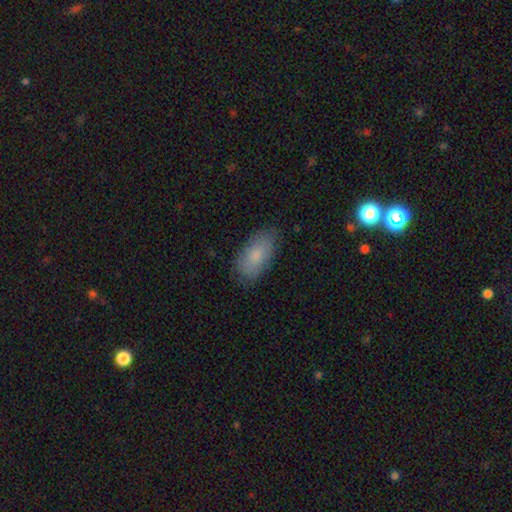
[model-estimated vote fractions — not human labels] Smooth or featured: smooth — 83% (featured or disk — 11%)
How rounded: in between — 92% (cigar-shaped — 4%)
Merging: none — 81% (minor disturbance — 15%)